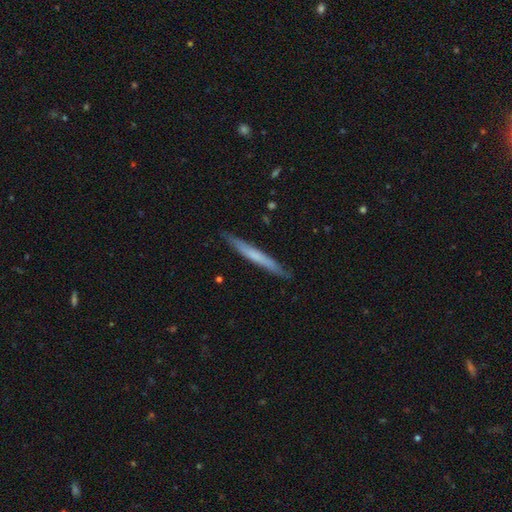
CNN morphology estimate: Smooth or featured: smooth — 53% (featured or disk — 42%)
How rounded: cigar-shaped — 97% (in between — 2%)
Merging: none — 88% (minor disturbance — 9%)